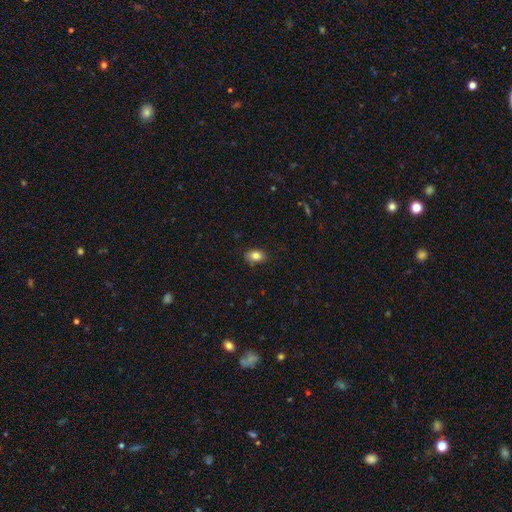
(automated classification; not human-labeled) Smooth or featured: smooth — 84% (star or artifact — 9%)
How rounded: in between — 82% (round — 17%)
Merging: none — 83% (minor disturbance — 14%)